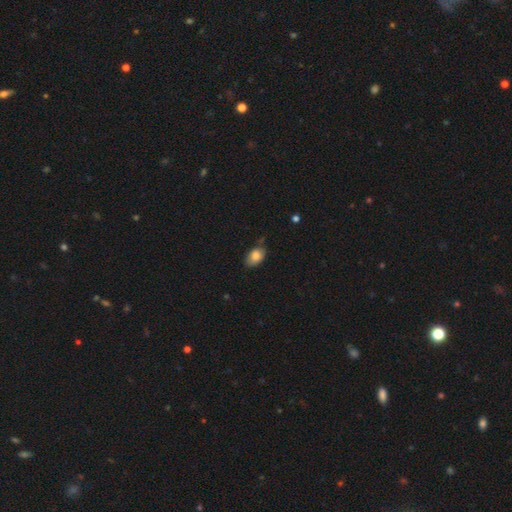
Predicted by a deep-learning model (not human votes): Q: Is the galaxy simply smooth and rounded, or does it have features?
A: smooth — 81%.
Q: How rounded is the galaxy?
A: in between — 89%.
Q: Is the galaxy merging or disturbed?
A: none — 69%.